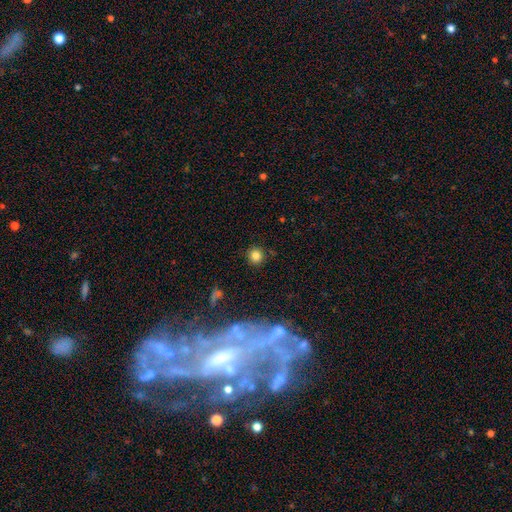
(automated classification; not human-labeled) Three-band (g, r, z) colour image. It shows a smooth galaxy with no disk features (81%) that is round (93%). Merging: none (88%).